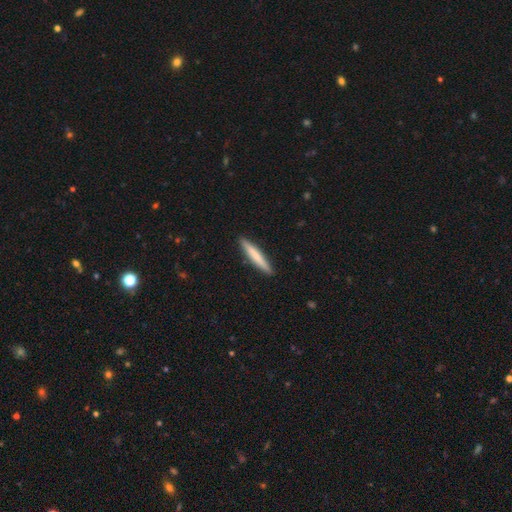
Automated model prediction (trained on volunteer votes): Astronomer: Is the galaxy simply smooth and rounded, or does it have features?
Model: smooth — 73%.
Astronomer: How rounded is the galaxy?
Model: cigar-shaped — 94%.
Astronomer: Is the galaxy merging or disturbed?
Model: none — 91%.